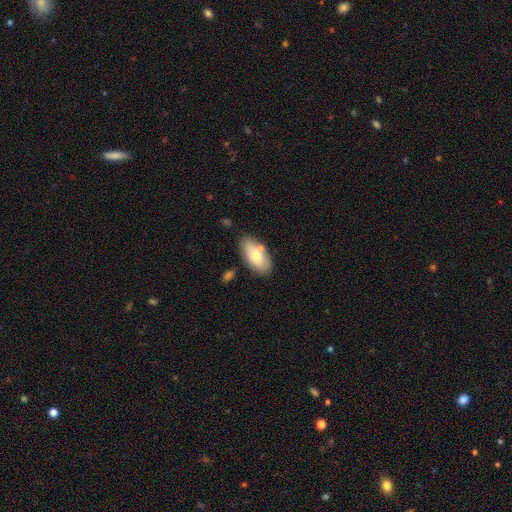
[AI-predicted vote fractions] Smooth or featured?
  - smooth: 69% *
  - featured or disk: 24%
  - star or artifact: 6%
How rounded?
  - in between: 93% *
  - cigar-shaped: 4%
  - round: 3%
Merging?
  - none: 73% *
  - minor disturbance: 15%
  - merger: 9%
  - major disturbance: 3%